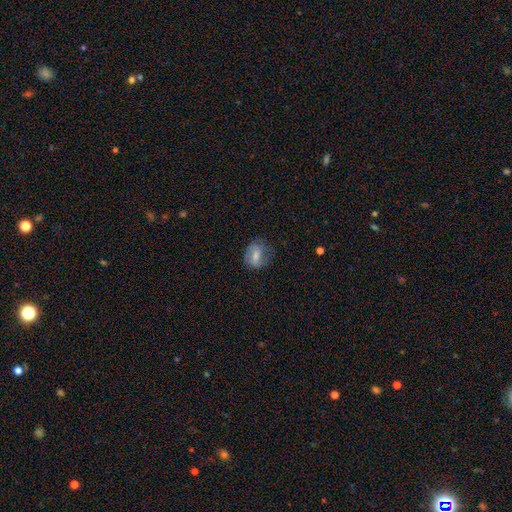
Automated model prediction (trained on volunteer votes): Overall: smooth (53%; featured or disk 39%). How rounded: in between (57%; round 40%). Merging: none (58%; minor disturbance 26%).